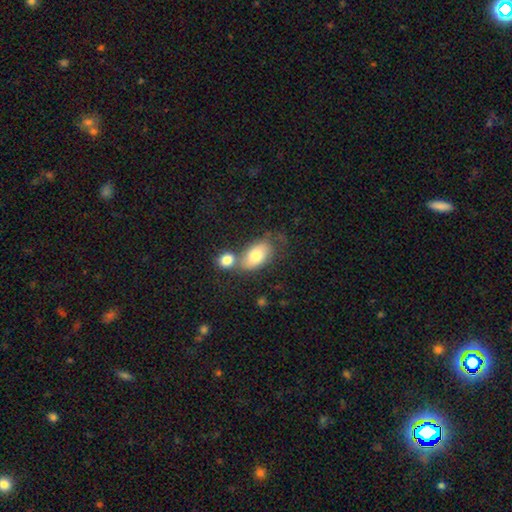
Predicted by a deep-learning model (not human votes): Smooth or featured? Predicted: smooth (p=0.74). How rounded? Predicted: in between (p=0.89). Merging? Predicted: none (p=0.40).